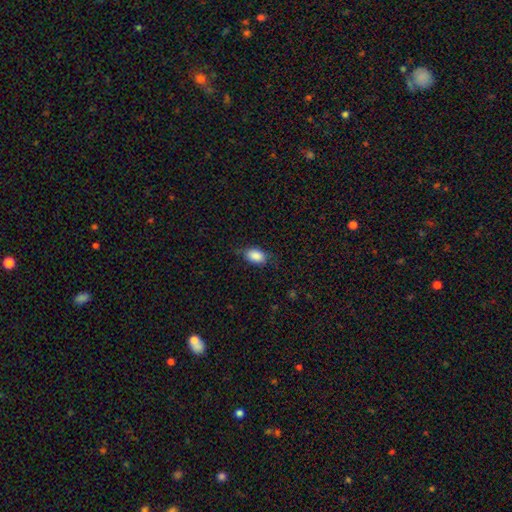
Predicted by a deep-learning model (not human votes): Smooth or featured: smooth — 88% (star or artifact — 7%)
How rounded: in between — 89% (round — 9%)
Merging: none — 73% (minor disturbance — 21%)